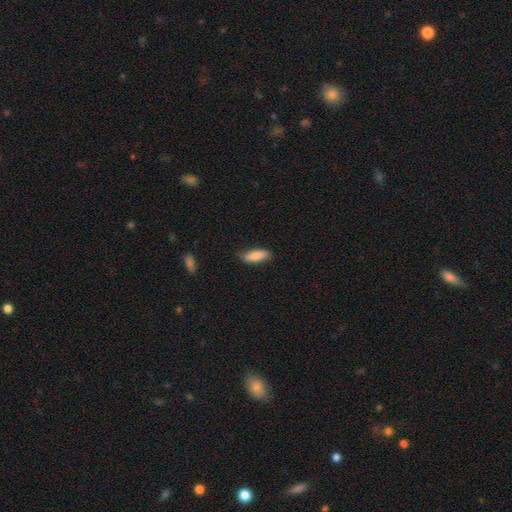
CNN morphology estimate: The model was most divided on "how rounded": in between: 61%, cigar-shaped: 37%, round: 2%. More confident: smooth or featured — smooth (84%); merging — none (75%).